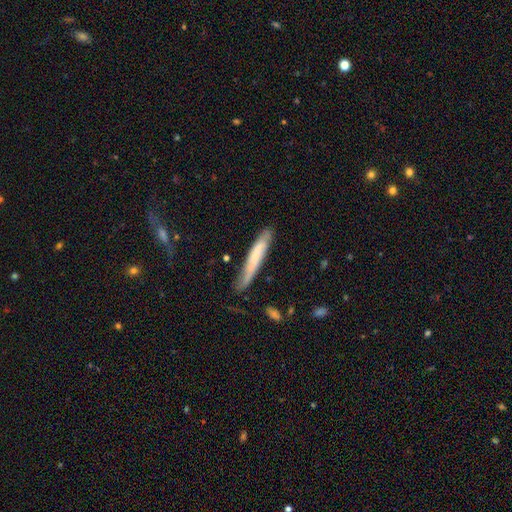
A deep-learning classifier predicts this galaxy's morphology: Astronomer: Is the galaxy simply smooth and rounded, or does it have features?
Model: smooth — 59% (runner-up: featured or disk, 35%).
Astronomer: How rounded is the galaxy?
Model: cigar-shaped — 92%.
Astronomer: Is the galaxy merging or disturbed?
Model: none — 67%.